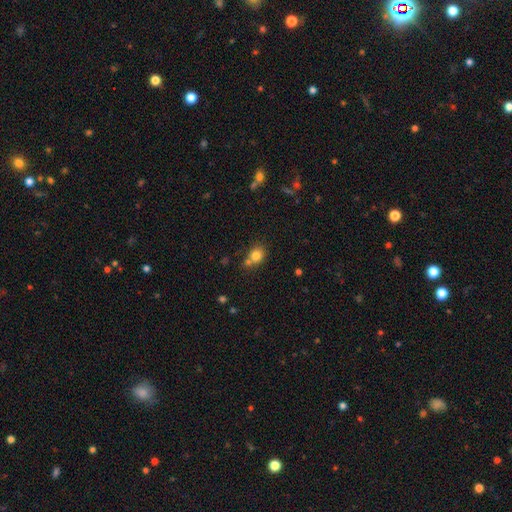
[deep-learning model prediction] Morphology: type=smooth (80%); roundness=round (69%); merging=none (55%).